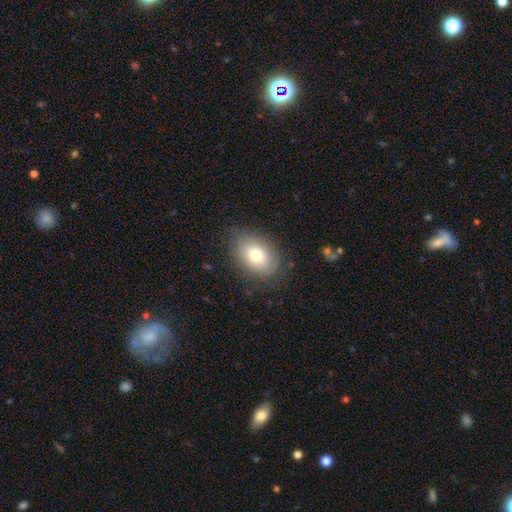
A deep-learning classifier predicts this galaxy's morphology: Smooth or featured? Predicted: smooth (p=0.76). How rounded? Predicted: in between (p=0.85). Merging? Predicted: none (p=0.82).